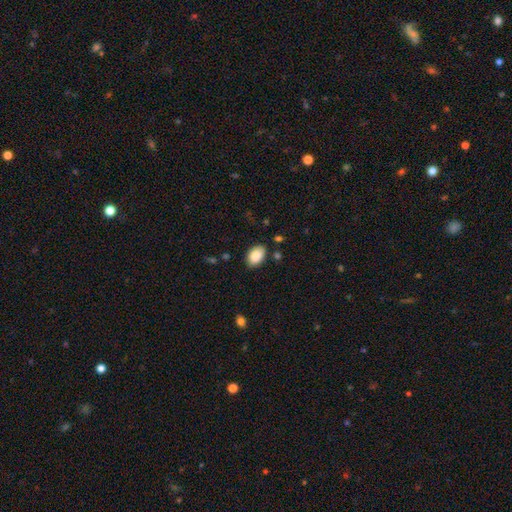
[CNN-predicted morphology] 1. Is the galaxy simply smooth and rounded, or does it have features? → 88% smooth, 7% star or artifact, 5% featured or disk.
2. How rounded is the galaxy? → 88% in between, 11% round, 1% cigar-shaped.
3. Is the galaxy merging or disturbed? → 81% none, 14% minor disturbance, 3% major disturbance, 2% merger.